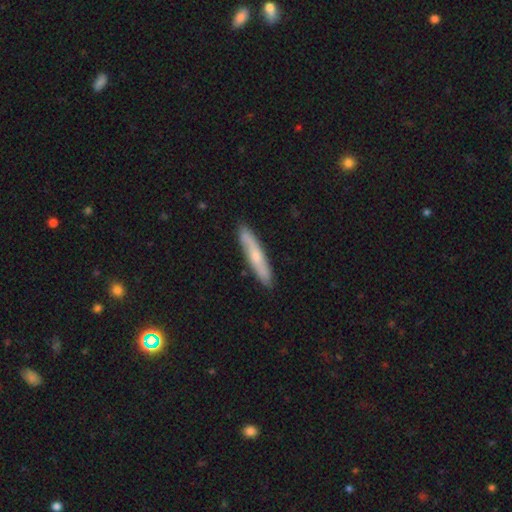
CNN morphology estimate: smooth-or-featured: smooth: 57% | featured or disk: 38% | star or artifact: 6%
  how-rounded: cigar-shaped: 92% | in between: 7% | round: 2%
  merging: none: 88% | minor disturbance: 9% | major disturbance: 2% | merger: 1%